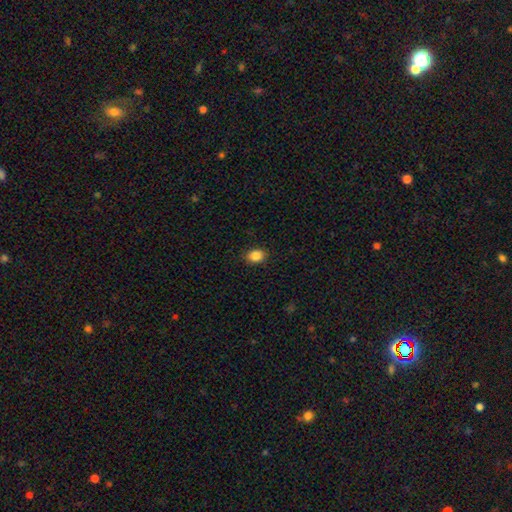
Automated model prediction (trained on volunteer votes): This appears to be a smooth galaxy with no disk features (87%) that is in between round and cigar-shaped (60%). Merging: none (89%).